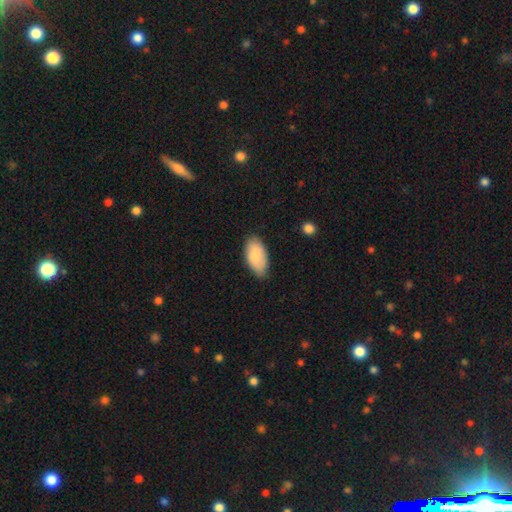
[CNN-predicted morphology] This is clearly a smooth galaxy (84%). How rounded: clearly in between (95%). Merging: likely none (78%).